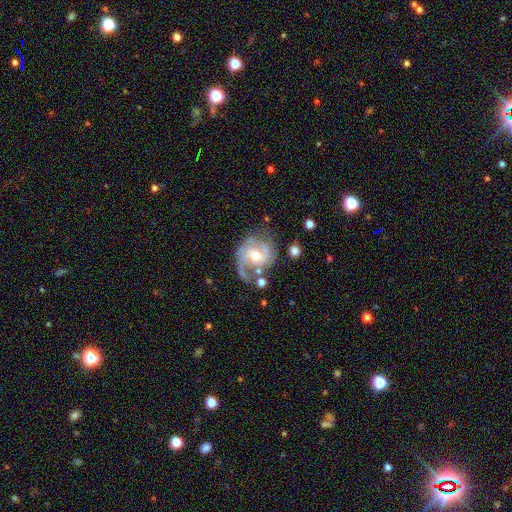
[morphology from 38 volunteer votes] featured or disk 84%, smooth 8%, star or artifact 8%. Down the decision tree: edge-on disk — no (100%); bar — weak (47%); spiral arms — yes (100%); spiral arm count — 2 (84%); spiral winding — medium (50%); bulge size — moderate (75%); merging — none (49%).